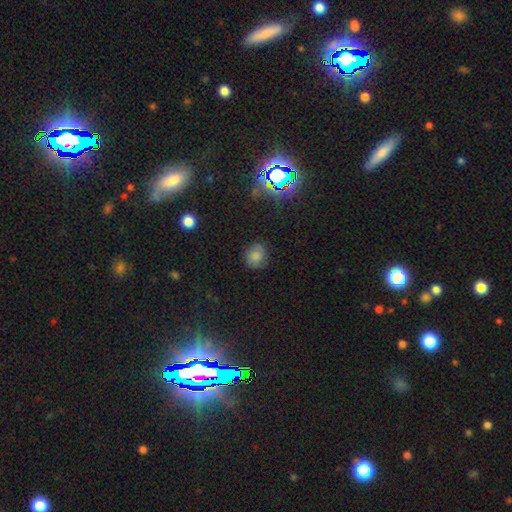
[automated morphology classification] Smooth or featured? smooth (77%)
How rounded? round (74%)
Merging? none (81%)